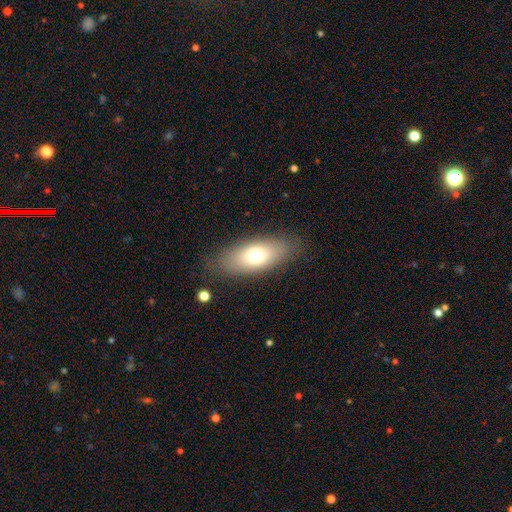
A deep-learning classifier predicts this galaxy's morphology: smooth_or_featured: smooth (p=0.70) [alt: featured or disk p=0.21]
how_rounded: in between (p=0.82) [alt: cigar-shaped p=0.13]
merging: none (p=0.82) [alt: minor disturbance p=0.12]